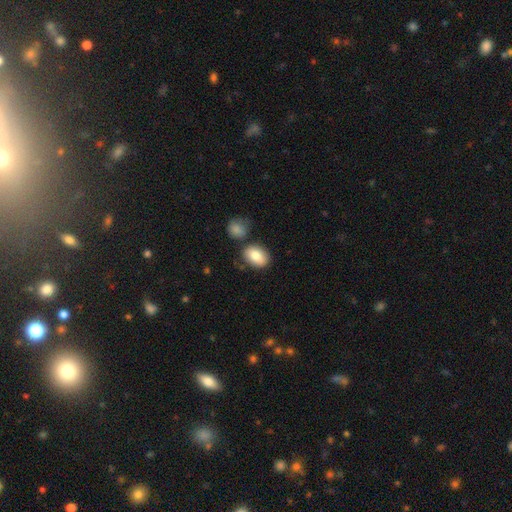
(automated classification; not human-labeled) A smooth galaxy with no disk features (82%) that is in between round and cigar-shaped (78%).

Vote fractions:
- Smooth or featured? smooth: 82% / featured or disk: 11% / star or artifact: 7%
- How rounded? in between: 78% / round: 21% / cigar-shaped: 1%
- Merging? none: 70% / minor disturbance: 15% / merger: 11% / major disturbance: 4%